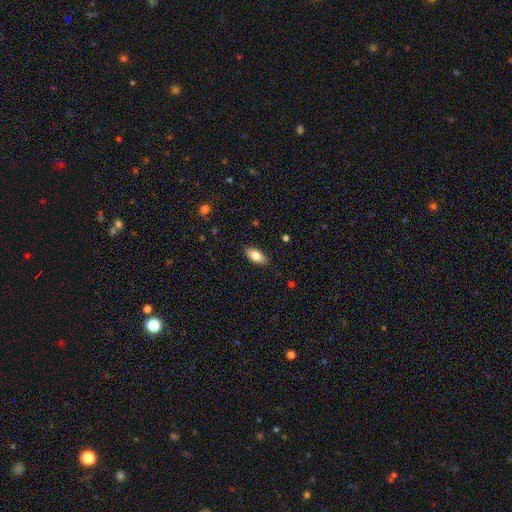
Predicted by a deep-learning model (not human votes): Overall: smooth (80%). How rounded: in between (88%). Merging: none (87%).